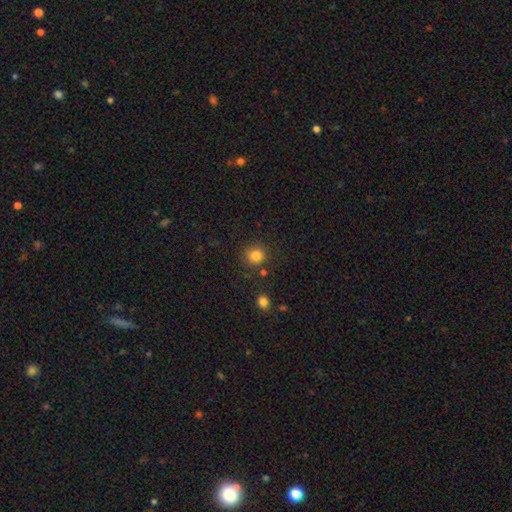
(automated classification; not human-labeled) Smooth or featured?
  - smooth: 83% *
  - star or artifact: 12%
  - featured or disk: 5%
How rounded?
  - round: 88% *
  - in between: 11%
  - cigar-shaped: 1%
Merging?
  - none: 82% *
  - minor disturbance: 10%
  - merger: 5%
  - major disturbance: 3%